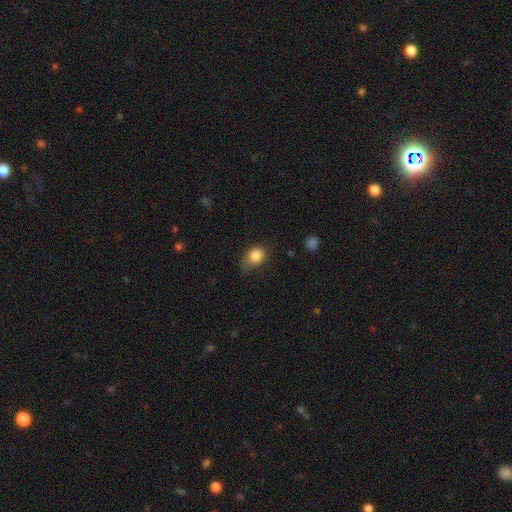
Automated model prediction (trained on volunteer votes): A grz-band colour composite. It shows a smooth galaxy with no disk features (84%) that is in between round and cigar-shaped (51%). Merging: none (50%).